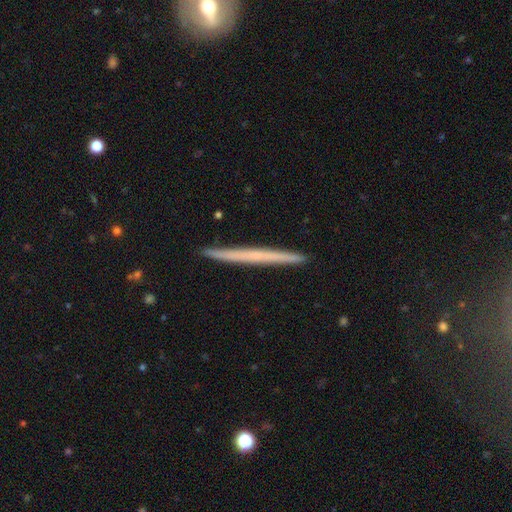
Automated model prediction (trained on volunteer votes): featured or disk 52%, smooth 42%, star or artifact 6%. Down the decision tree: edge-on disk — yes (98%); edge-on bulge — none (88%); merging — none (92%).